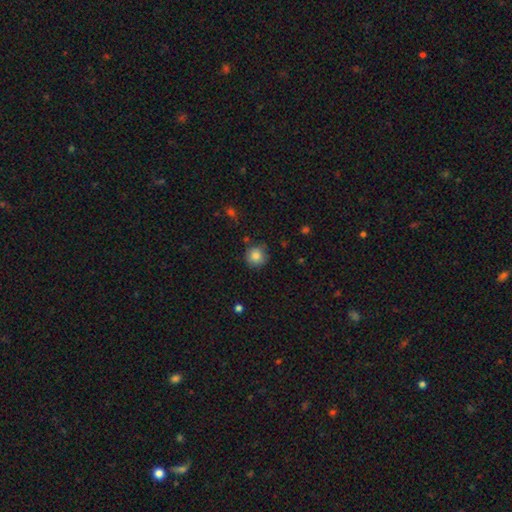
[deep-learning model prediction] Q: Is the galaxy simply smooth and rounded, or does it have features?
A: smooth — 84%.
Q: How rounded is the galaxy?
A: round — 93%.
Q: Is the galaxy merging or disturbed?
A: none — 82%.